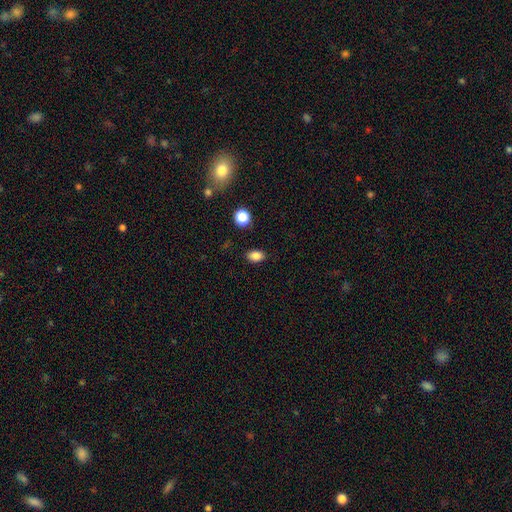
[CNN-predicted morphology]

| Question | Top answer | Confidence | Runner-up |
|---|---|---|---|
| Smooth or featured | smooth | 85% | star or artifact (11%) |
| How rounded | in between | 82% | round (17%) |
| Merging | none | 86% | minor disturbance (10%) |